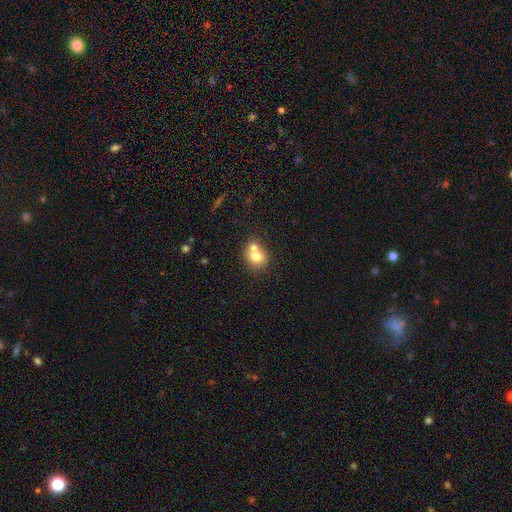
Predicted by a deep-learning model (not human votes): Q: Smooth or featured?
A: smooth (72%); runner-up: featured or disk (18%)
Q: How rounded?
A: round (71%); runner-up: in between (28%)
Q: Merging?
A: merger (52%); runner-up: none (37%)